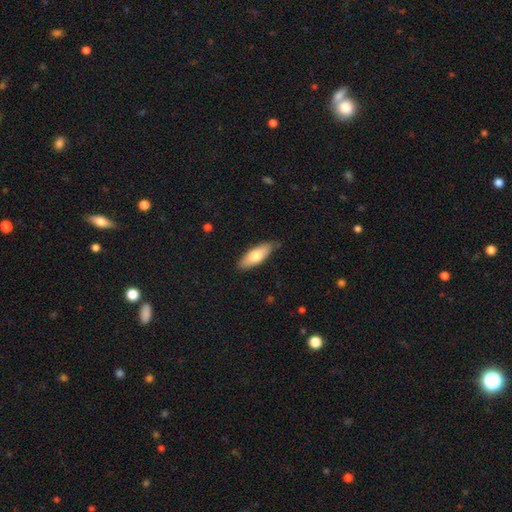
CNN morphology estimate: A smooth galaxy with no disk features (72%) that is in between round and cigar-shaped (66%). Merging: none (83%).